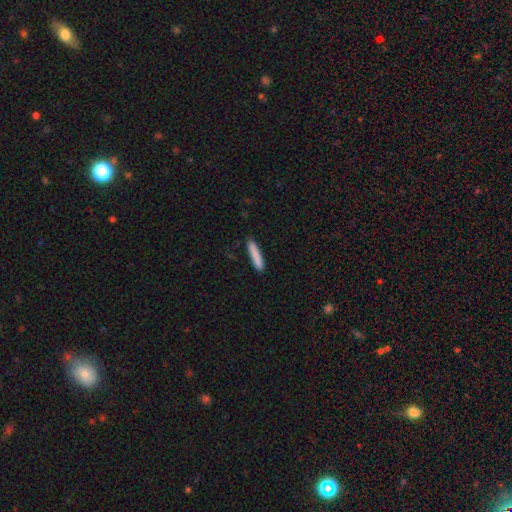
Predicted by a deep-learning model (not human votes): Overall: smooth (85%). How rounded: cigar-shaped (91%). Merging: none (87%).